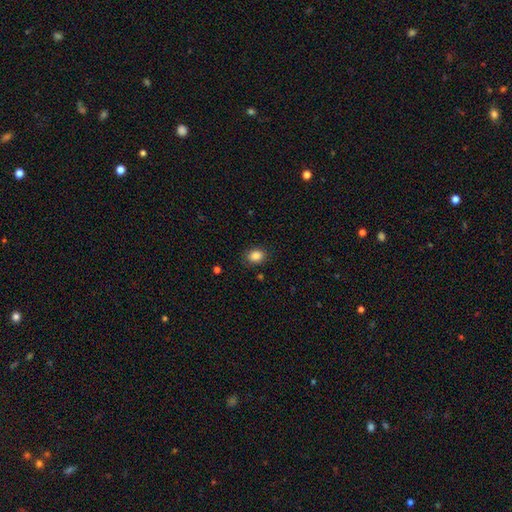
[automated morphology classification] Smooth or featured: smooth — 86% (star or artifact — 10%)
How rounded: round — 52% (in between — 47%)
Merging: none — 85% (minor disturbance — 11%)